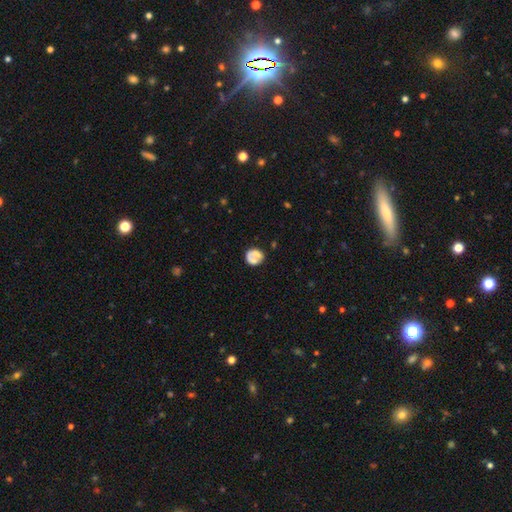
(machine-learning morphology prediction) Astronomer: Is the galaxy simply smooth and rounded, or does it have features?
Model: smooth — 54% (runner-up: featured or disk, 36%).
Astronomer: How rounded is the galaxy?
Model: round — 71%.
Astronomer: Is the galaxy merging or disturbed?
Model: none — 47%.